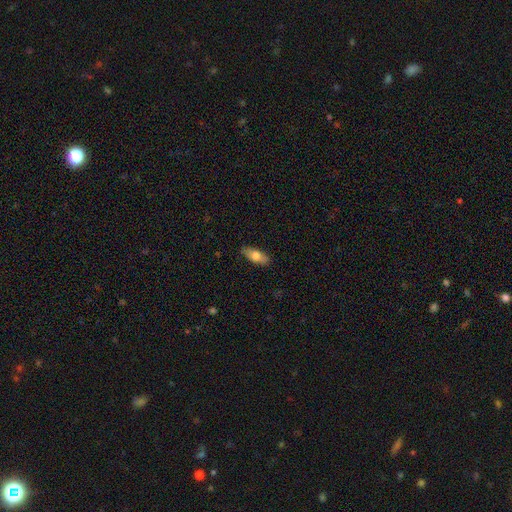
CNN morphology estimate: Smooth or featured?
  - smooth: 69% *
  - featured or disk: 24%
  - star or artifact: 6%
How rounded?
  - in between: 77% *
  - cigar-shaped: 20%
  - round: 3%
Merging?
  - none: 85% *
  - minor disturbance: 12%
  - major disturbance: 2%
  - merger: 1%